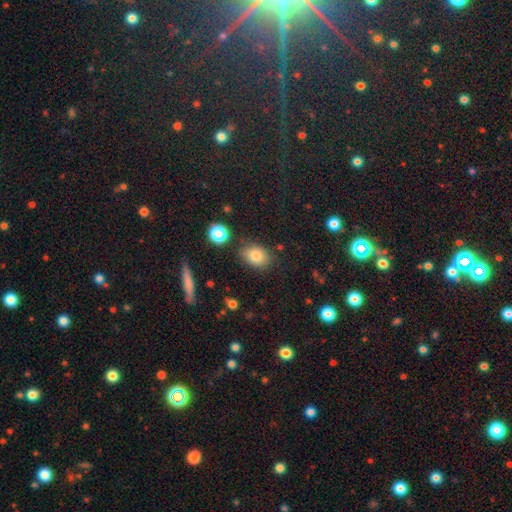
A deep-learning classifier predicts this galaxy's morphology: Q: Smooth or featured?
A: smooth (81%); runner-up: star or artifact (10%)
Q: How rounded?
A: in between (63%); runner-up: round (36%)
Q: Merging?
A: none (79%); runner-up: minor disturbance (13%)